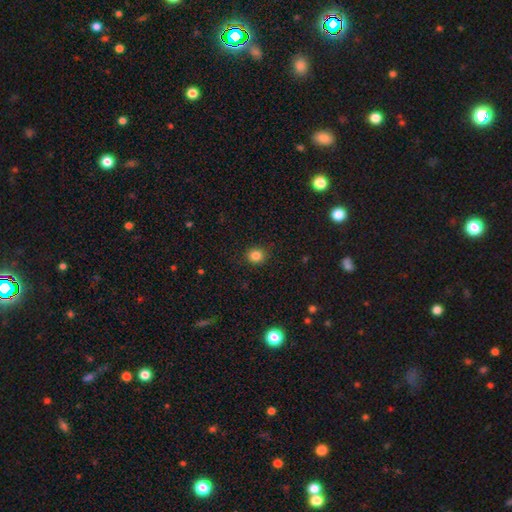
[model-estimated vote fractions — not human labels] Morphology: type=smooth (83%); roundness=round (84%); merging=none (90%).